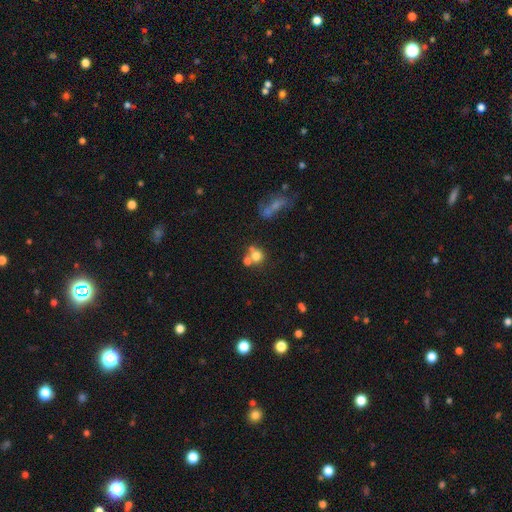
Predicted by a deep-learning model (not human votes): This is likely a smooth galaxy (70%). How rounded: clearly round (82%). Merging: marginally none (44%).